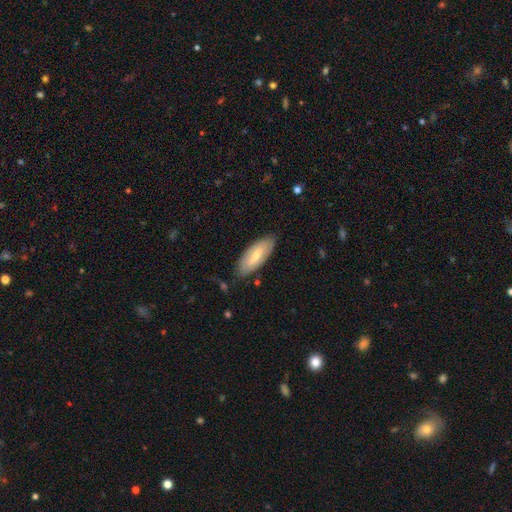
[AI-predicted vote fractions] Smooth or featured?
  - smooth: 62% *
  - featured or disk: 33%
  - star or artifact: 6%
How rounded?
  - in between: 75% *
  - cigar-shaped: 23%
  - round: 2%
Merging?
  - none: 83% *
  - minor disturbance: 13%
  - major disturbance: 3%
  - merger: 1%